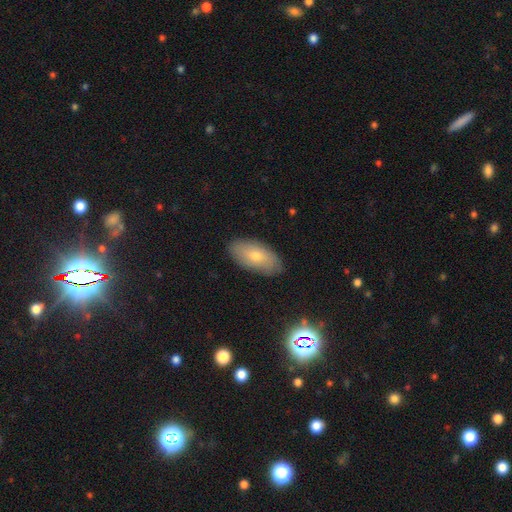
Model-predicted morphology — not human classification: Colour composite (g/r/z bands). It shows a smooth galaxy with no disk features (65%) that is in between round and cigar-shaped (92%). Merging: none (86%).